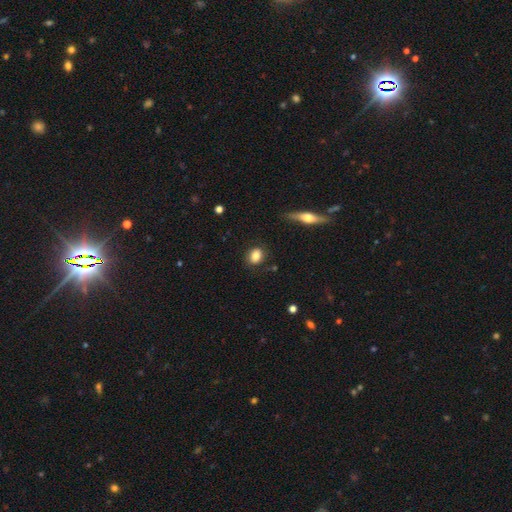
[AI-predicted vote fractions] Smooth or featured? smooth (82%)
How rounded? in between (54%)
Merging? none (83%)